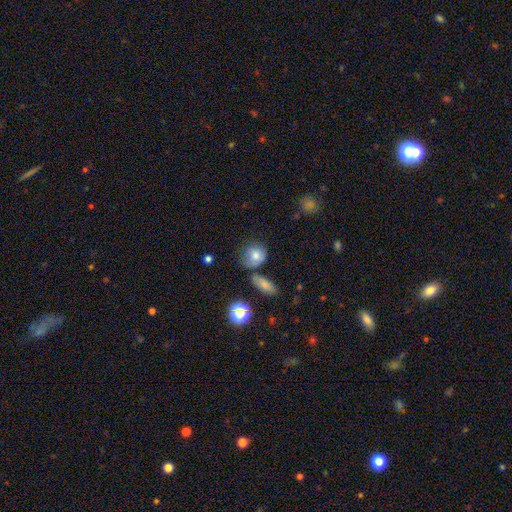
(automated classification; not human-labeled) smooth-or-featured: smooth: 78% | star or artifact: 11% | featured or disk: 10%
  how-rounded: round: 69% | in between: 29% | cigar-shaped: 2%
  merging: none: 58% | minor disturbance: 22% | merger: 12% | major disturbance: 8%